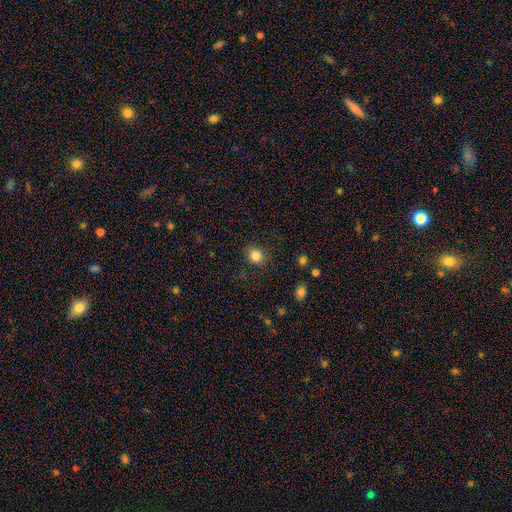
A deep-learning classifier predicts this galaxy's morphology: Smooth or featured?
  - smooth: 84% *
  - star or artifact: 11%
  - featured or disk: 5%
How rounded?
  - round: 74% *
  - in between: 25%
  - cigar-shaped: 1%
Merging?
  - none: 86% *
  - minor disturbance: 10%
  - major disturbance: 3%
  - merger: 1%